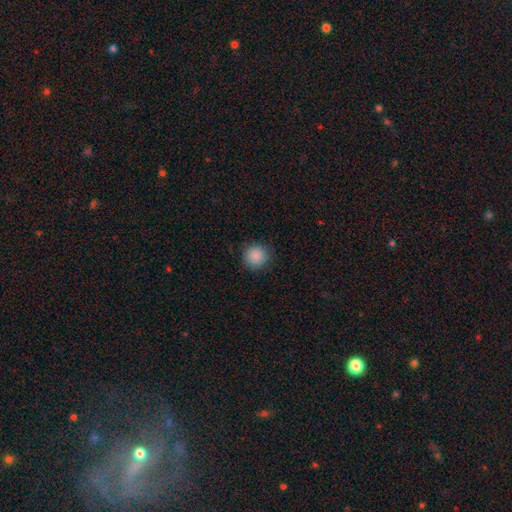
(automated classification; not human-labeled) Smooth or featured? Predicted: smooth (p=0.88). How rounded? Predicted: round (p=0.94). Merging? Predicted: none (p=0.90).